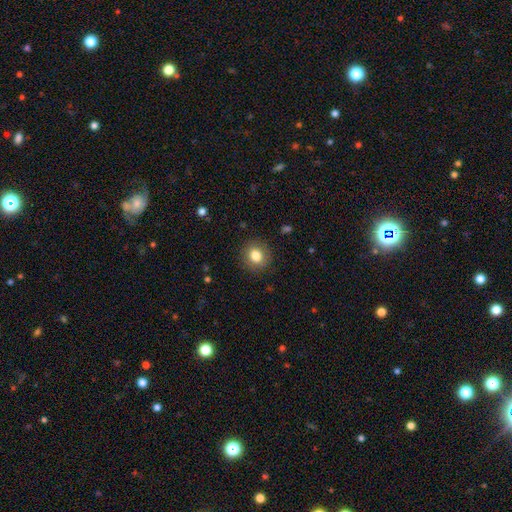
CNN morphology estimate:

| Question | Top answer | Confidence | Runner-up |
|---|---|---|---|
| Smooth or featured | smooth | 82% | star or artifact (10%) |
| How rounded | round | 84% | in between (15%) |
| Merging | none | 89% | minor disturbance (8%) |